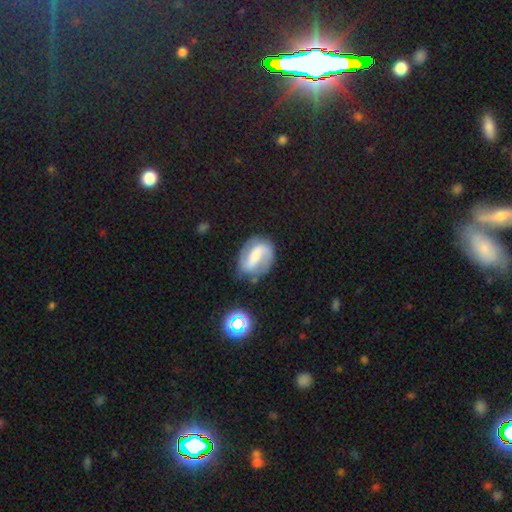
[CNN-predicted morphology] The model was most divided on "bulge size": small: 27%, moderate: 26%, none: 26%, large: 17%, dominant: 4%. Remaining: edge-on disk — no (96%); spiral arms — yes (85%); spiral arm count — 2 (81%); smooth or featured — featured or disk (67%); merging — none (64%); bar — strong (56%); spiral winding — medium (43%).